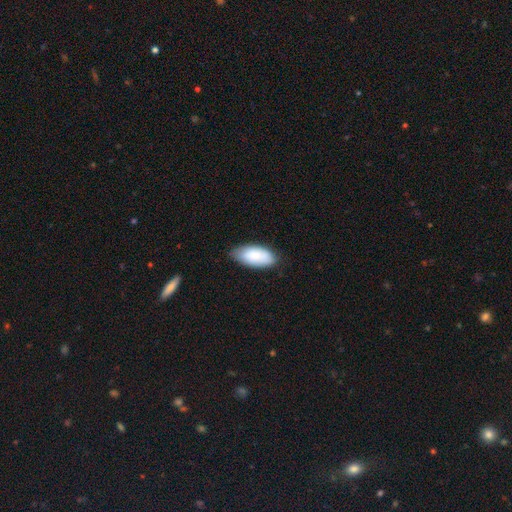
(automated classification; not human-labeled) A smooth galaxy with no disk features (82%) that is in between round and cigar-shaped (92%).

Vote fractions:
- Smooth or featured? smooth: 82% / featured or disk: 12% / star or artifact: 6%
- How rounded? in between: 92% / cigar-shaped: 6% / round: 2%
- Merging? none: 75% / minor disturbance: 21% / major disturbance: 3% / merger: 1%